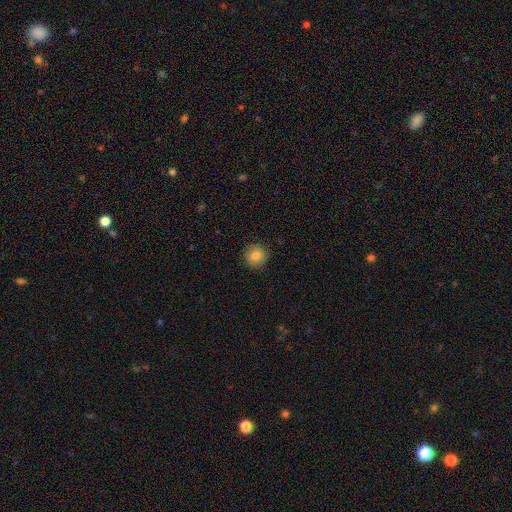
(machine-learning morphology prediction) smooth-or-featured: smooth: 82% | star or artifact: 10% | featured or disk: 9%
  how-rounded: round: 93% | in between: 6% | cigar-shaped: 1%
  merging: none: 89% | minor disturbance: 8% | major disturbance: 2% | merger: 1%